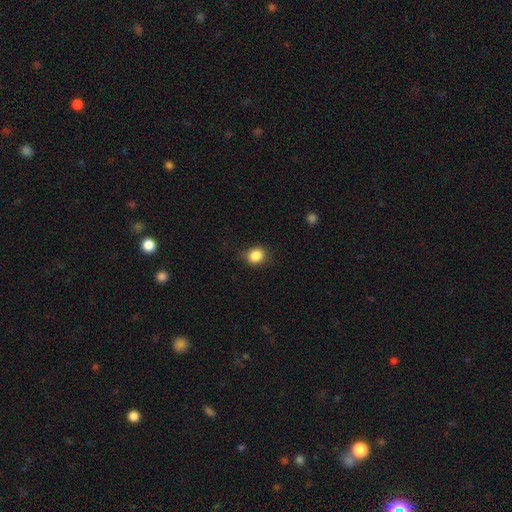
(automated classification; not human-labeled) This is clearly a smooth galaxy (85%). How rounded: likely round (73%). Merging: clearly none (81%).